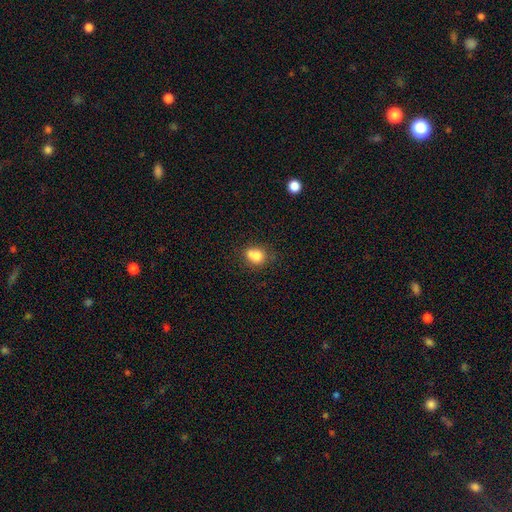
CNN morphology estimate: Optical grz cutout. It shows a smooth galaxy with no disk features (78%) that is round (58%). Merging: none (49%).